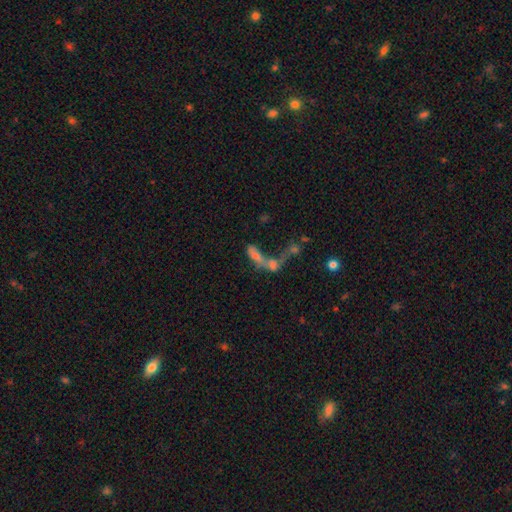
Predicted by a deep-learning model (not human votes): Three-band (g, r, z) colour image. It shows a smooth galaxy with no disk features (46%). Merging: merger (65%).